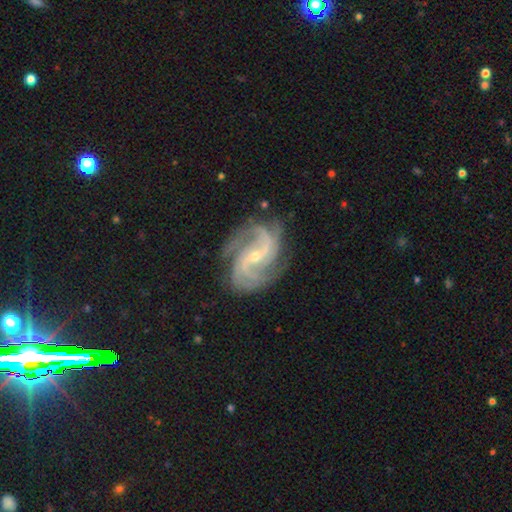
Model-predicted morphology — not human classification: Smooth or featured?
  - featured or disk: 93% *
  - star or artifact: 5%
  - smooth: 3%
Edge-on disk?
  - no: 98% *
  - yes: 2%
Bar?
  - weak: 43% *
  - no: 31%
  - strong: 25%
Spiral arms?
  - yes: 99% *
  - no: 1%
Spiral winding?
  - medium: 51% *
  - tight: 36%
  - loose: 13%
Spiral arm count?
  - 2: 34% *
  - 3: 31%
  - 4: 13%
  - can't tell: 10%
  - more than 4: 6%
  - 1: 6%
Bulge size?
  - small: 70% *
  - moderate: 27%
  - none: 1%
  - large: 1%
  - dominant: 1%
Merging?
  - none: 75% *
  - minor disturbance: 17%
  - major disturbance: 6%
  - merger: 1%